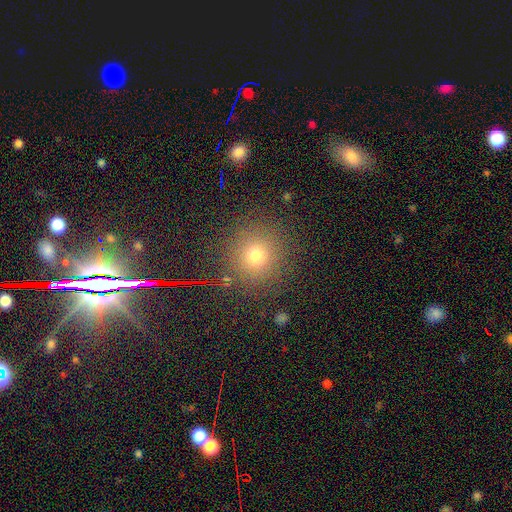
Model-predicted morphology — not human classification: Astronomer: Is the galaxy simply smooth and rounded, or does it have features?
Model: smooth — 69%.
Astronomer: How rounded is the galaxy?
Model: round — 92%.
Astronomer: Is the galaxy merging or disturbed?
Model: none — 87%.